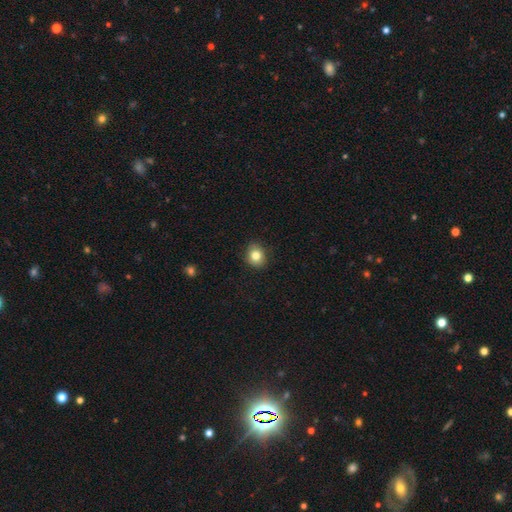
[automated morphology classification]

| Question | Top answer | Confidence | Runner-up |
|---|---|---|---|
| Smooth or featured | smooth | 82% | star or artifact (10%) |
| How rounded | round | 66% | in between (33%) |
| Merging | none | 88% | minor disturbance (9%) |